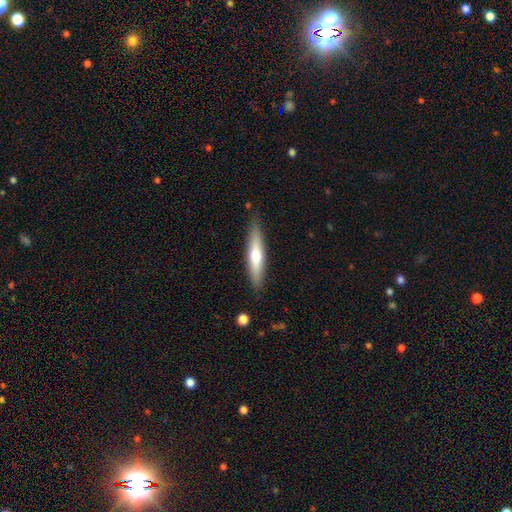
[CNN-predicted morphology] Smooth or featured? Predicted: smooth (p=0.52). How rounded? Predicted: cigar-shaped (p=0.86). Merging? Predicted: none (p=0.86).